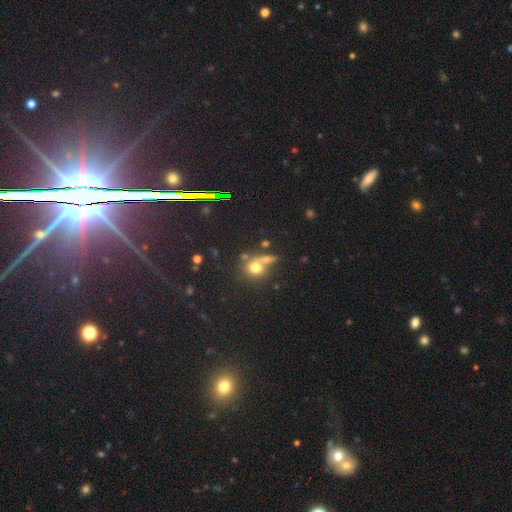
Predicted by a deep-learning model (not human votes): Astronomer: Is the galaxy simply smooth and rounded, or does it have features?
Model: smooth — 51% (runner-up: star or artifact, 34%).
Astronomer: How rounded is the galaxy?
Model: round — 80%.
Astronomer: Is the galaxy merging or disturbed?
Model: none — 50% (runner-up: merger, 34%).